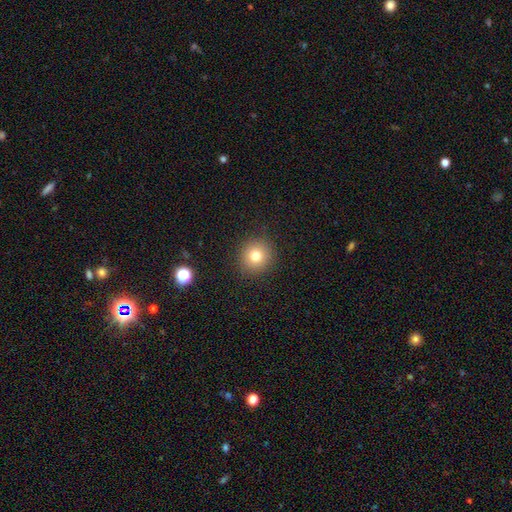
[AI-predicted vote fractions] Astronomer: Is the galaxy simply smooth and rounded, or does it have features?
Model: smooth — 78%.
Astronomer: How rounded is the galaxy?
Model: round — 91%.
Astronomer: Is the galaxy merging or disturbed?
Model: none — 90%.